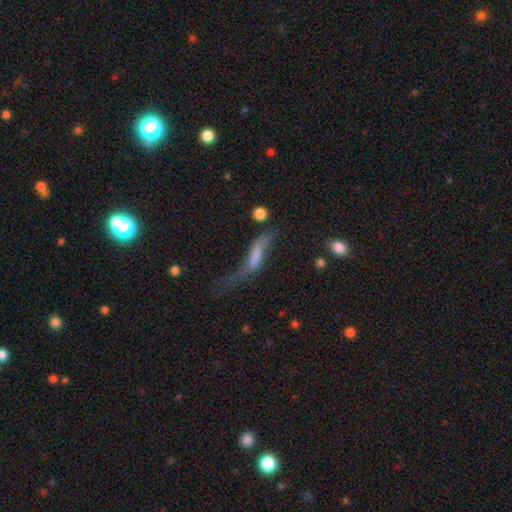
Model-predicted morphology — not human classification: The model was most divided on "merging": major disturbance: 38%, none: 32%, minor disturbance: 21%, merger: 9%. More confident: edge-on disk — no (68%); smooth or featured — featured or disk (54%).